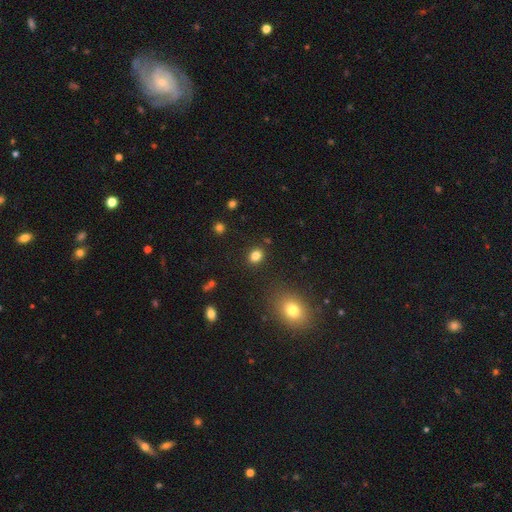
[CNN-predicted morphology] This is clearly a smooth galaxy (83%). How rounded: possibly in between (56%). Merging: clearly none (87%).